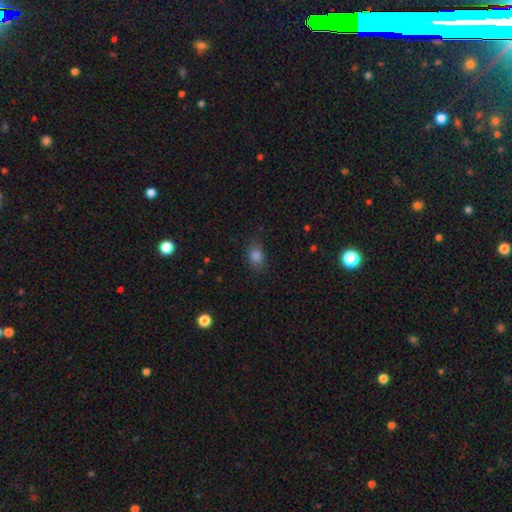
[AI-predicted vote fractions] This is clearly a smooth galaxy (83%). How rounded: likely in between (72%). Merging: likely none (77%).